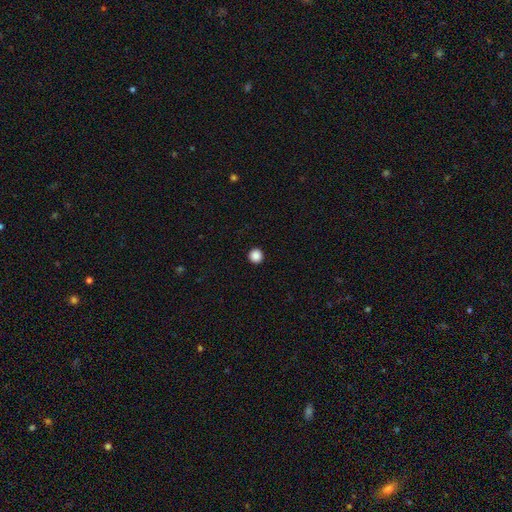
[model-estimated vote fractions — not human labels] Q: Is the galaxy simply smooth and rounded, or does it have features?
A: smooth — 88%.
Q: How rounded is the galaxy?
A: round — 96%.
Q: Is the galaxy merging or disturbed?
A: none — 94%.